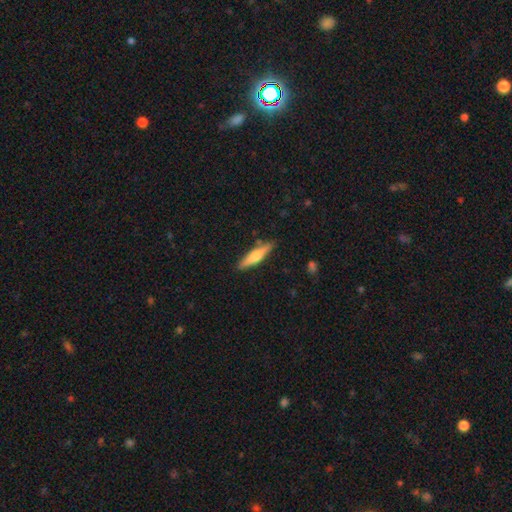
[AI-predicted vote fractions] smooth-or-featured: smooth: 54% | featured or disk: 40% | star or artifact: 6%
  how-rounded: cigar-shaped: 82% | in between: 17% | round: 2%
  merging: none: 86% | minor disturbance: 10% | major disturbance: 2% | merger: 2%